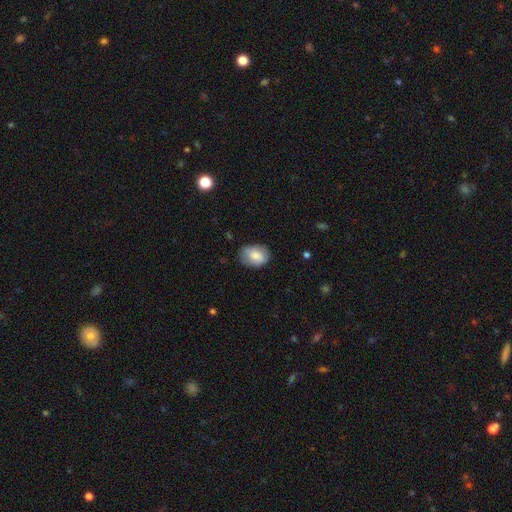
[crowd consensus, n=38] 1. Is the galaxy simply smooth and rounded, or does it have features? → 66% smooth, 26% featured or disk, 8% star or artifact.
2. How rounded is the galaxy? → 72% in between, 28% round, 0% cigar-shaped.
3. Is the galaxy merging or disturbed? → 74% none, 26% minor disturbance, 0% major disturbance, 0% merger.